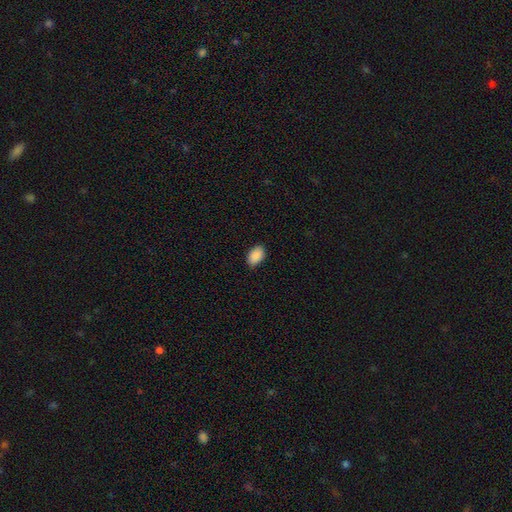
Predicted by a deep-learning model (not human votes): A smooth galaxy with no disk features (90%) that is in between round and cigar-shaped (89%). Merging: none (86%).